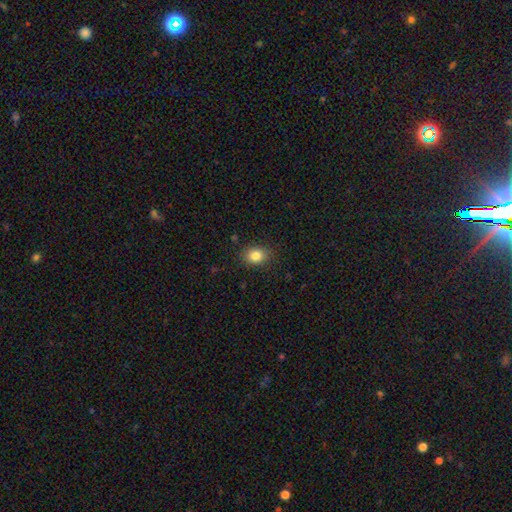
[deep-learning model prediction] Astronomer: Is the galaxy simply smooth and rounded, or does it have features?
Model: smooth — 84%.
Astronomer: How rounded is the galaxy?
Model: in between — 59% (runner-up: round, 40%).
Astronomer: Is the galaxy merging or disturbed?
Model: none — 87%.